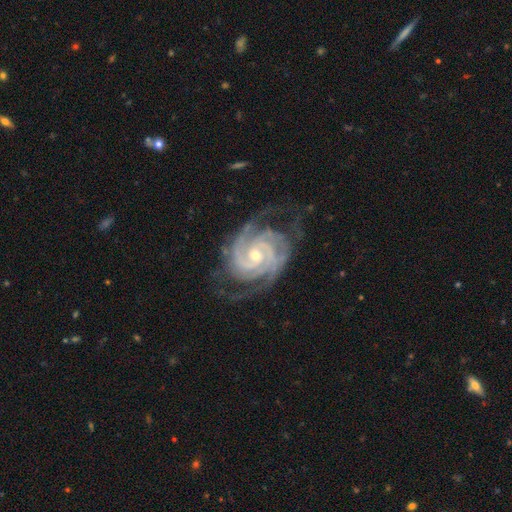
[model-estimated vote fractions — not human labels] Smooth or featured? Predicted: featured or disk (p=0.94). Edge-on disk? Predicted: no (p=0.98). Bar? Predicted: no (p=0.56). Spiral arms? Predicted: yes (p=0.99). Spiral winding? Predicted: tight (p=0.68). Spiral arm count? Predicted: 2 (p=0.39). Bulge size? Predicted: small (p=0.57). Merging? Predicted: none (p=0.70).